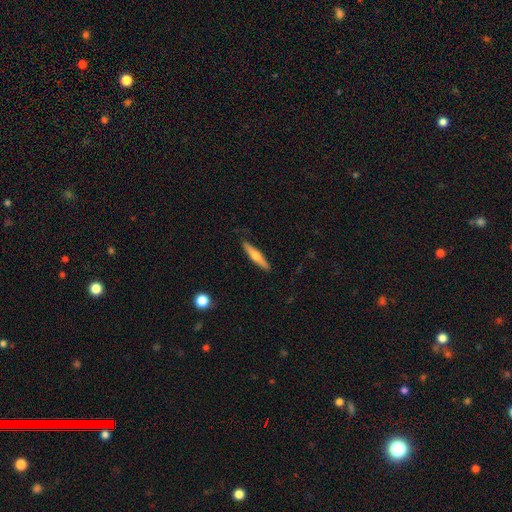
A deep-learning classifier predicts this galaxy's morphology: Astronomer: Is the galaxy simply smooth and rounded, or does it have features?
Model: featured or disk — 48% (runner-up: smooth, 47%).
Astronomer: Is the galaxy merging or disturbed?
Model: none — 88%.